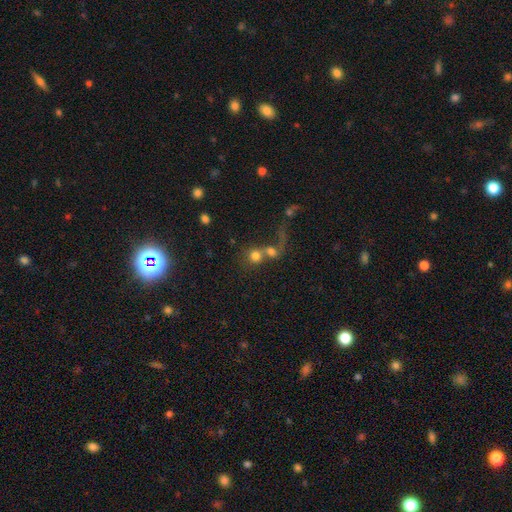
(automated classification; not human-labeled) Smooth or featured? Predicted: smooth (p=0.72). How rounded? Predicted: round (p=0.83). Merging? Predicted: merger (p=0.63).